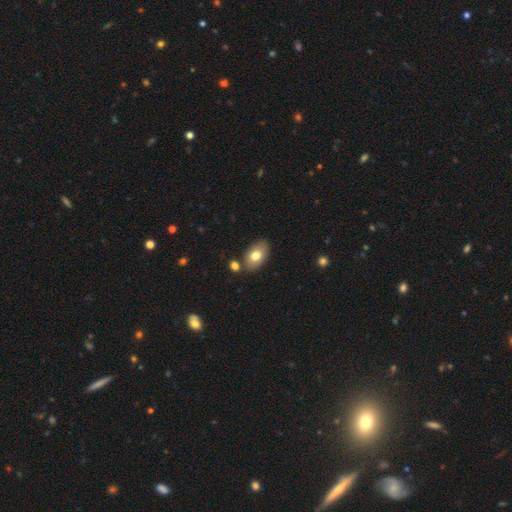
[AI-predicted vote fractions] This appears to be a smooth galaxy with no disk features (76%) that is in between round and cigar-shaped (91%). Merging: none (78%).